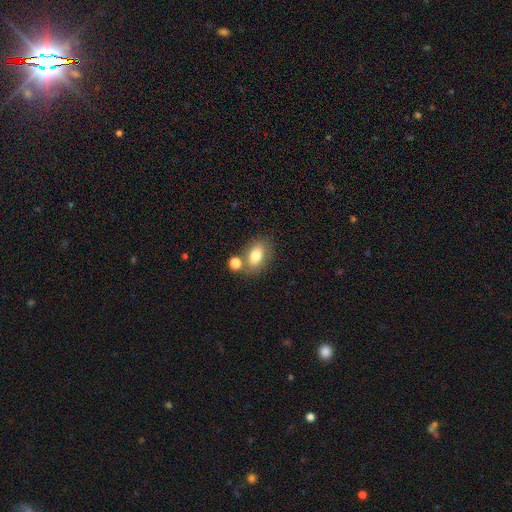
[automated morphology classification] This is likely a smooth galaxy (76%). How rounded: likely in between (77%). Merging: likely none (63%).